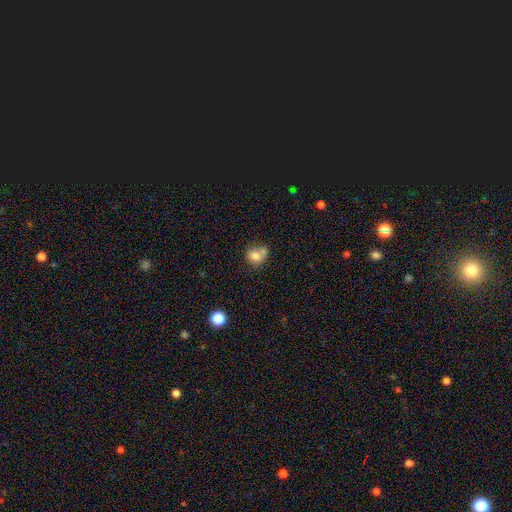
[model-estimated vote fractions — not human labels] The model was most divided on "merging": none: 37%, merger: 34%, minor disturbance: 19%, major disturbance: 9%. More confident: smooth or featured — smooth (75%); how rounded — round (68%).